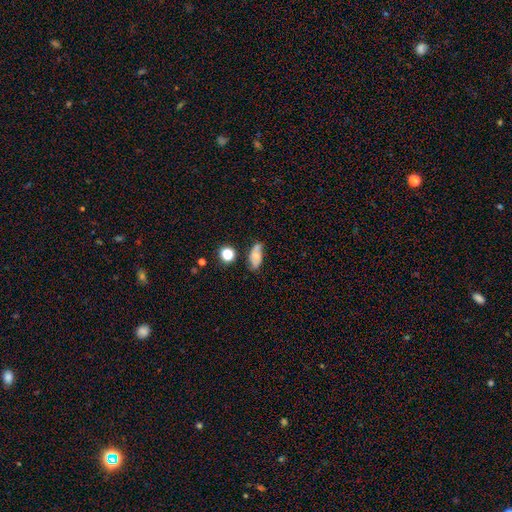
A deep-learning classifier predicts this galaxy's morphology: Smooth or featured?
  - smooth: 47% *
  - featured or disk: 42%
  - star or artifact: 11%
Merging?
  - none: 63% *
  - minor disturbance: 25%
  - major disturbance: 8%
  - merger: 4%